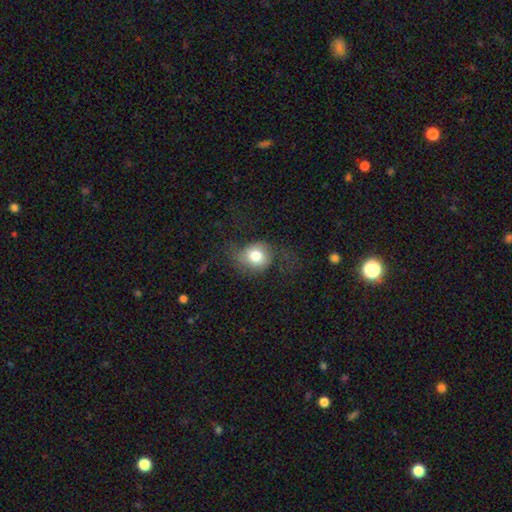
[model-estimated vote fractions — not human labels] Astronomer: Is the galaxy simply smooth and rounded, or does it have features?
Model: smooth — 72%.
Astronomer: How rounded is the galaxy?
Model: round — 72%.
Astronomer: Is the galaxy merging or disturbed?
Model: none — 51%.